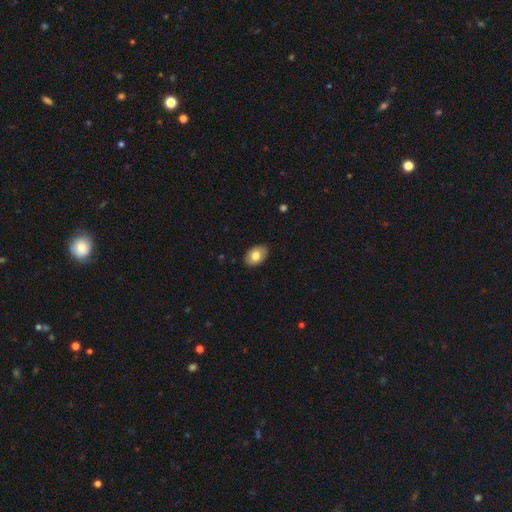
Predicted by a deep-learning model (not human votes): Smooth or featured?
  - smooth: 75% *
  - featured or disk: 19%
  - star or artifact: 7%
How rounded?
  - in between: 87% *
  - round: 12%
  - cigar-shaped: 1%
Merging?
  - none: 87% *
  - minor disturbance: 10%
  - major disturbance: 2%
  - merger: 1%